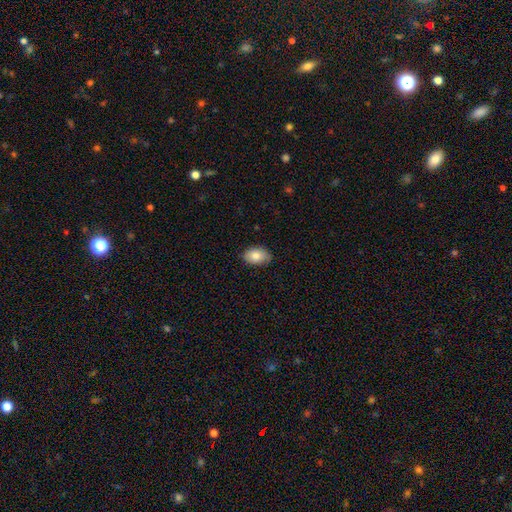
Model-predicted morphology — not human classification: Smooth or featured: smooth — 82% (featured or disk — 11%)
How rounded: in between — 86% (round — 13%)
Merging: none — 83% (minor disturbance — 14%)